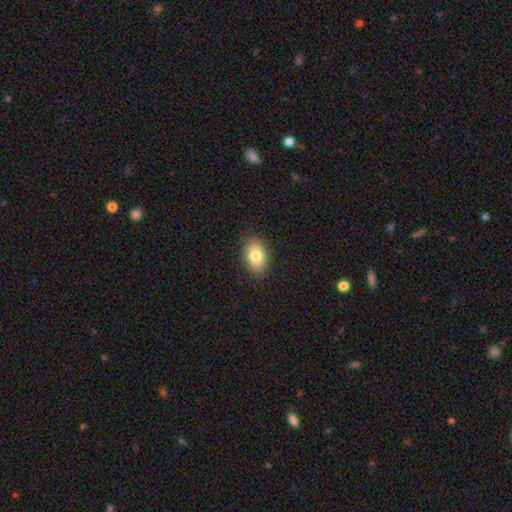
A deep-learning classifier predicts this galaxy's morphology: A smooth galaxy with no disk features (81%) that is in between round and cigar-shaped (88%).

Vote fractions:
- Smooth or featured? smooth: 81% / featured or disk: 11% / star or artifact: 8%
- How rounded? in between: 88% / round: 10% / cigar-shaped: 1%
- Merging? none: 88% / minor disturbance: 9% / major disturbance: 2% / merger: 1%